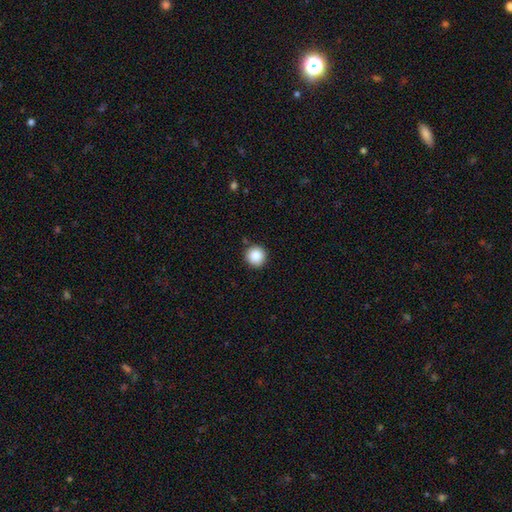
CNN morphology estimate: Smooth or featured?
  - smooth: 86% *
  - star or artifact: 9%
  - featured or disk: 5%
How rounded?
  - round: 95% *
  - in between: 4%
  - cigar-shaped: 1%
Merging?
  - none: 90% *
  - minor disturbance: 6%
  - merger: 2%
  - major disturbance: 2%